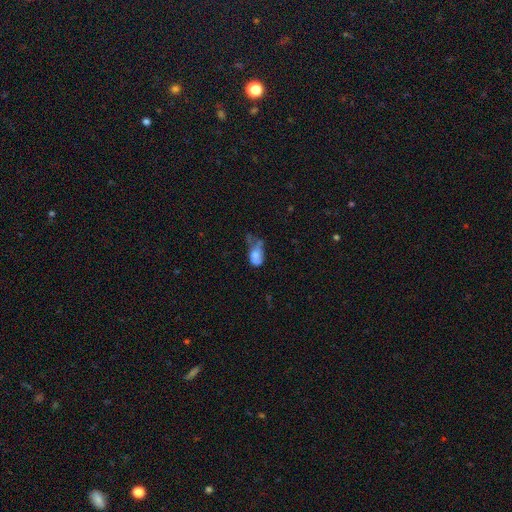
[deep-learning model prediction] Smooth or featured?
  - smooth: 64% *
  - featured or disk: 26%
  - star or artifact: 10%
How rounded?
  - in between: 84% *
  - round: 14%
  - cigar-shaped: 3%
Merging?
  - major disturbance: 36% *
  - minor disturbance: 29%
  - none: 19%
  - merger: 16%